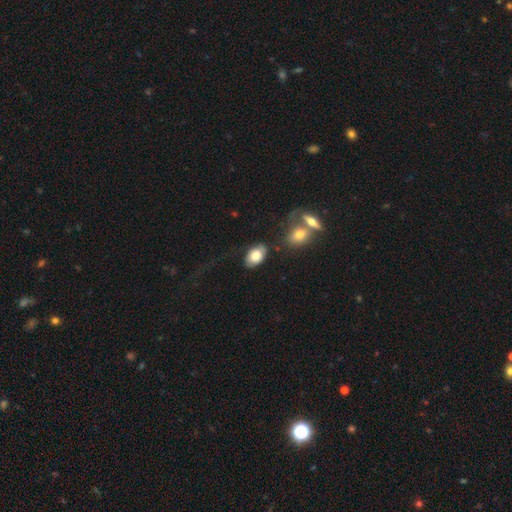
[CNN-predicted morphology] Smooth or featured: smooth — 75% (featured or disk — 18%)
How rounded: in between — 90% (round — 9%)
Merging: none — 67% (minor disturbance — 18%)